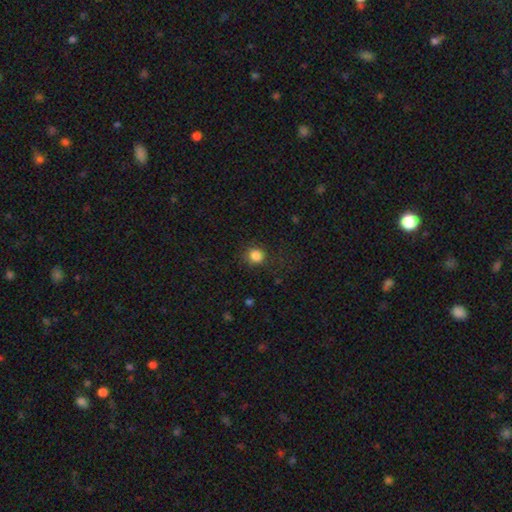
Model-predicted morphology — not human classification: Smooth or featured?
  - smooth: 85% *
  - star or artifact: 11%
  - featured or disk: 4%
How rounded?
  - round: 89% *
  - in between: 10%
  - cigar-shaped: 1%
Merging?
  - none: 83% *
  - minor disturbance: 11%
  - major disturbance: 5%
  - merger: 1%